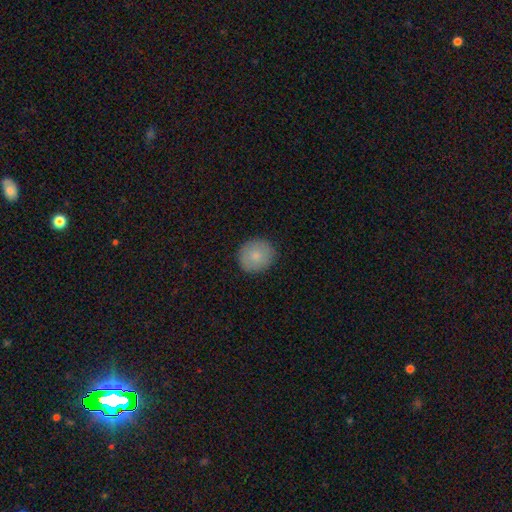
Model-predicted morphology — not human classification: Smooth or featured? Predicted: smooth (p=0.81). How rounded? Predicted: round (p=0.86). Merging? Predicted: none (p=0.88).